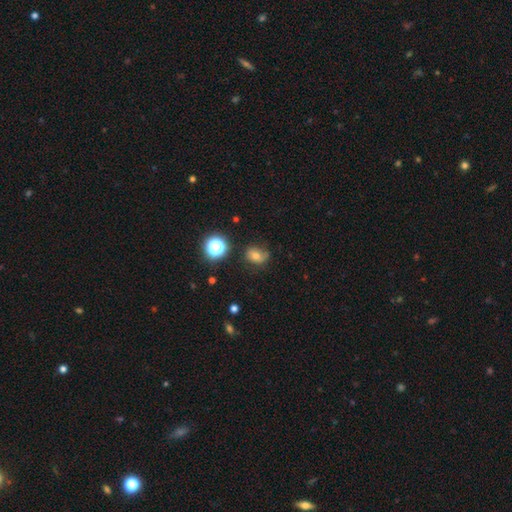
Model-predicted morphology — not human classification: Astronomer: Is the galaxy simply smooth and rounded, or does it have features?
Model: smooth — 59%.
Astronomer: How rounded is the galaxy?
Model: in between — 50% (runner-up: round, 49%).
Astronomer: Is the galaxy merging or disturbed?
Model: none — 56%.